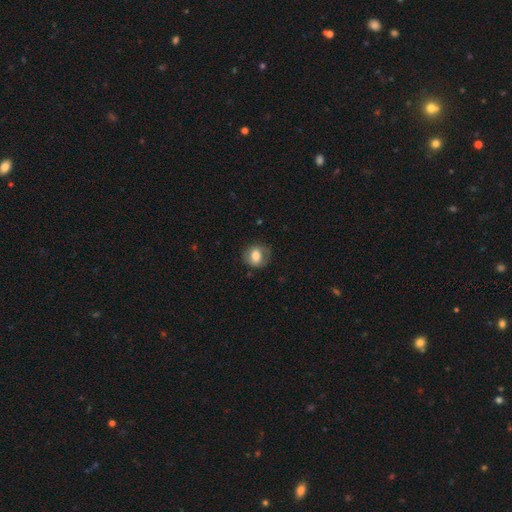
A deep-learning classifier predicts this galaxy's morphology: The model was most divided on "how rounded": round: 67%, in between: 32%, cigar-shaped: 1%. More confident: merging — none (73%); smooth or featured — smooth (71%).